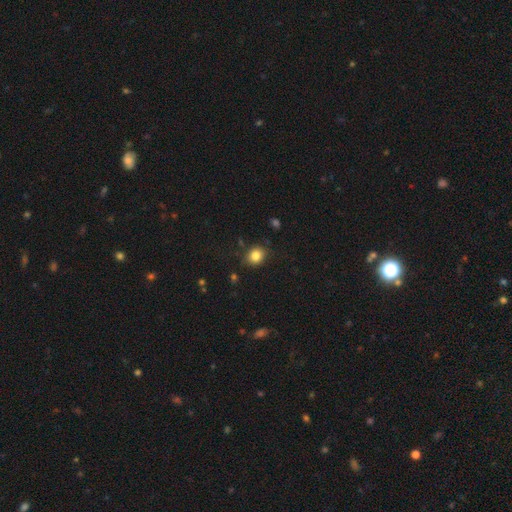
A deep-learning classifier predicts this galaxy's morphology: Smooth or featured?
  - smooth: 83% *
  - star or artifact: 11%
  - featured or disk: 6%
How rounded?
  - round: 61% *
  - in between: 38%
  - cigar-shaped: 1%
Merging?
  - none: 83% *
  - minor disturbance: 12%
  - major disturbance: 3%
  - merger: 2%